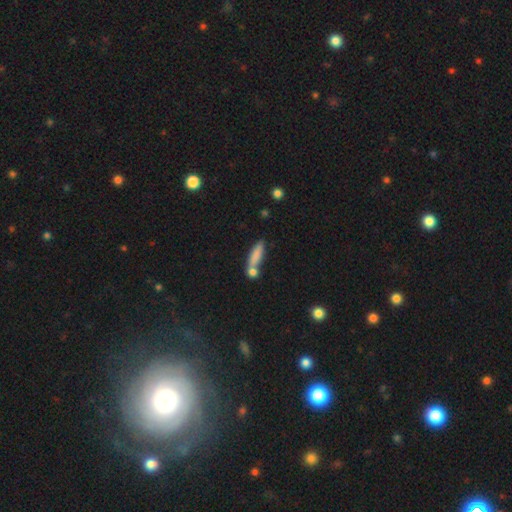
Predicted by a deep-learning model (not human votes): This is likely a smooth galaxy (78%). How rounded: likely cigar-shaped (63%). Merging: possibly none (49%).